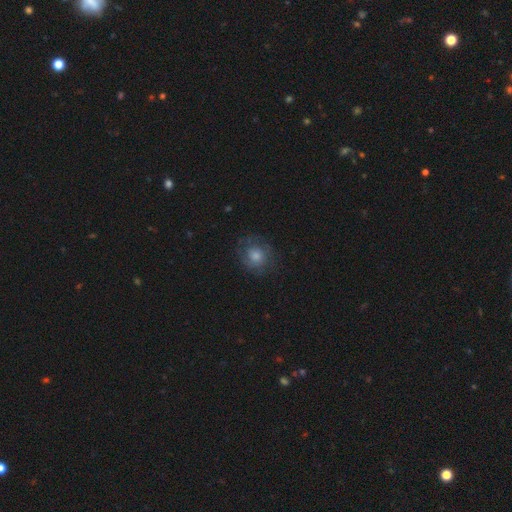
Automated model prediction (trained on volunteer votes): Smooth or featured? smooth (55%)
How rounded? round (84%)
Merging? none (76%)